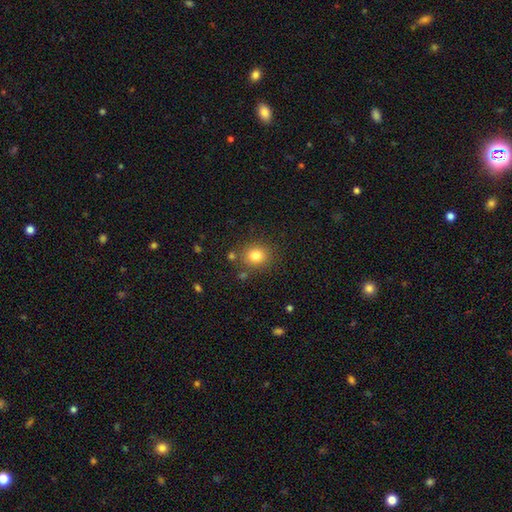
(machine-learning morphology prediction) Smooth or featured? Predicted: smooth (p=0.79). How rounded? Predicted: round (p=0.78). Merging? Predicted: none (p=0.81).